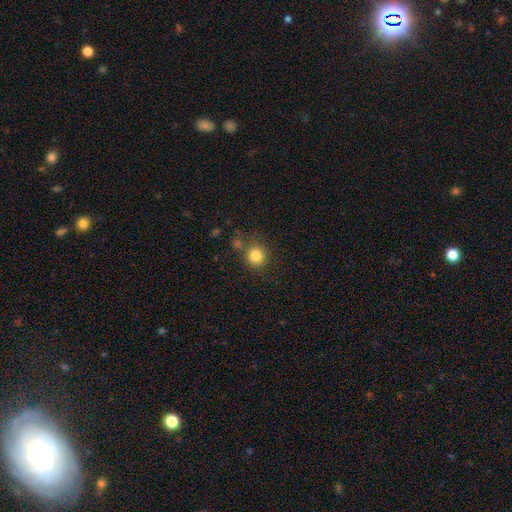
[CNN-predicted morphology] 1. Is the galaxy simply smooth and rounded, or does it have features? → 83% smooth, 11% star or artifact, 6% featured or disk.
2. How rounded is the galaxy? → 89% round, 10% in between, 1% cigar-shaped.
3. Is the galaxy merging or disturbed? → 73% none, 12% minor disturbance, 11% merger, 4% major disturbance.